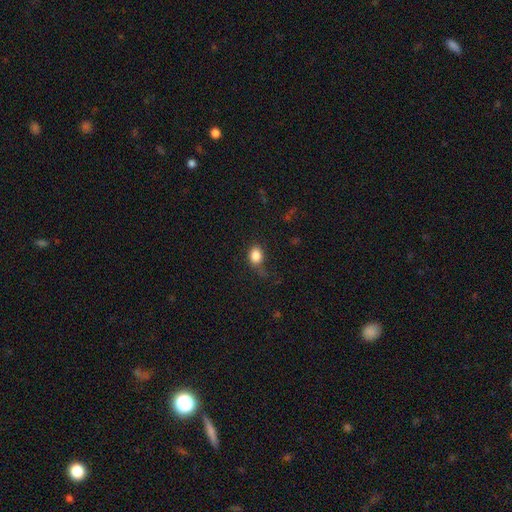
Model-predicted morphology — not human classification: Smooth or featured?
  - smooth: 84% *
  - star or artifact: 10%
  - featured or disk: 6%
How rounded?
  - in between: 58% *
  - round: 41%
  - cigar-shaped: 1%
Merging?
  - none: 60% *
  - minor disturbance: 26%
  - major disturbance: 12%
  - merger: 2%